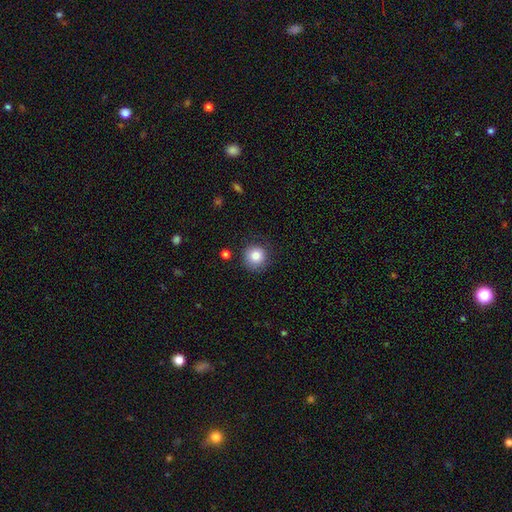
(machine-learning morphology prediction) Smooth or featured?
  - smooth: 83% *
  - star or artifact: 10%
  - featured or disk: 7%
How rounded?
  - round: 94% *
  - in between: 6%
  - cigar-shaped: 1%
Merging?
  - none: 84% *
  - minor disturbance: 11%
  - major disturbance: 3%
  - merger: 2%